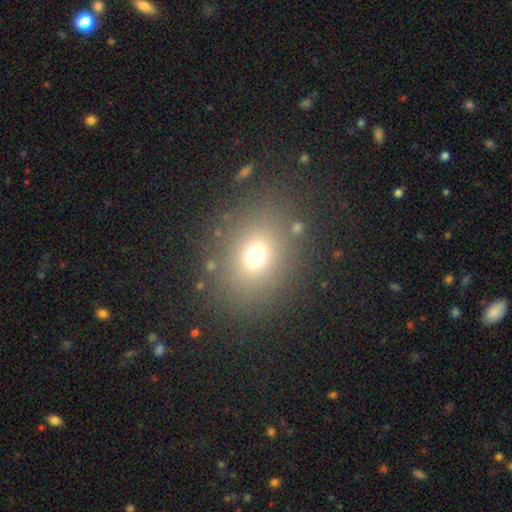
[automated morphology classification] This is likely a smooth galaxy (69%). How rounded: possibly round (55%). Merging: clearly none (82%).